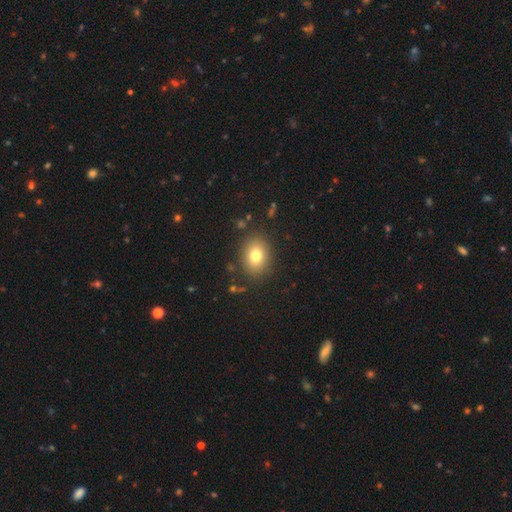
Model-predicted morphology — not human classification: This is likely a smooth galaxy (78%). How rounded: possibly in between (60%). Merging: clearly none (86%).